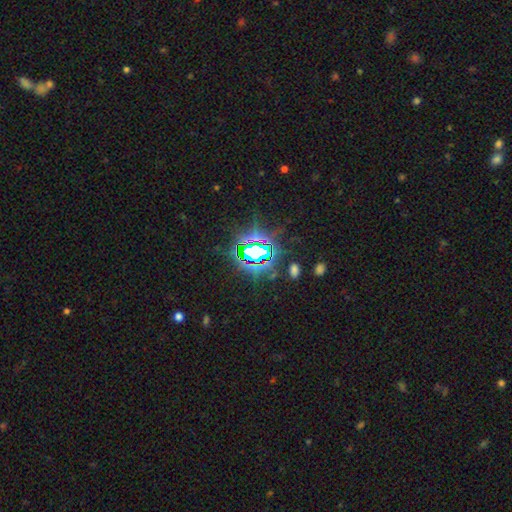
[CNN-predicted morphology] This appears to be a star or artifact, not a galaxy (79%).